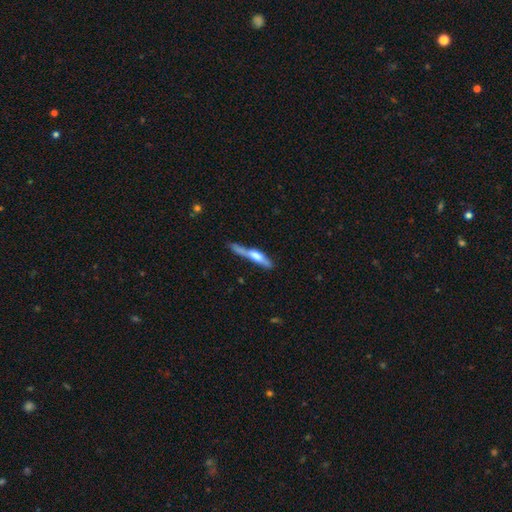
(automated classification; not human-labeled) Smooth or featured?
  - smooth: 52% *
  - featured or disk: 41%
  - star or artifact: 7%
How rounded?
  - cigar-shaped: 86% *
  - in between: 12%
  - round: 2%
Merging?
  - none: 40% *
  - minor disturbance: 28%
  - major disturbance: 18%
  - merger: 14%